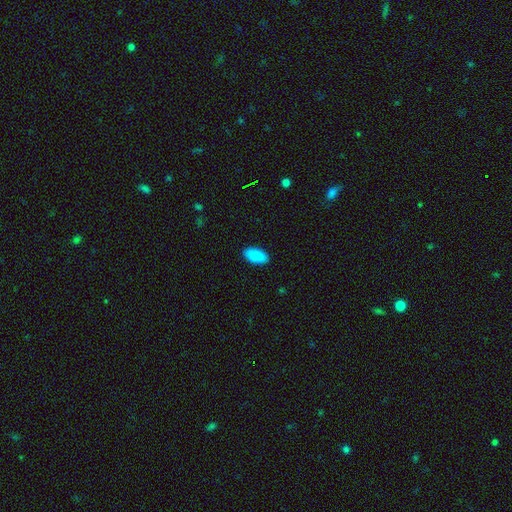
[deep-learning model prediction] Q: Smooth or featured?
A: smooth (90%); runner-up: star or artifact (6%)
Q: How rounded?
A: in between (95%); runner-up: cigar-shaped (3%)
Q: Merging?
A: none (89%); runner-up: minor disturbance (8%)